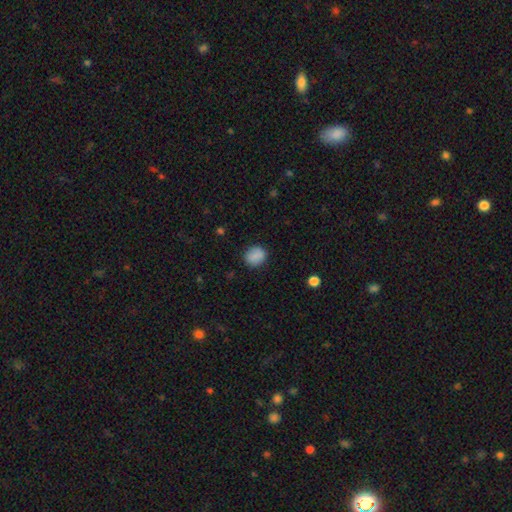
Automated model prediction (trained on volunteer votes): Smooth or featured? Predicted: smooth (p=0.86). How rounded? Predicted: round (p=0.66). Merging? Predicted: none (p=0.85).